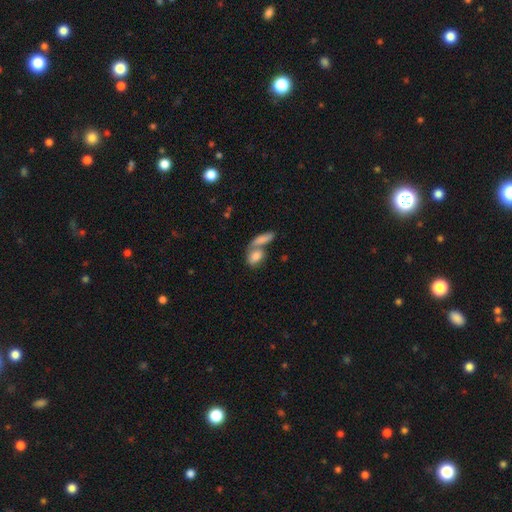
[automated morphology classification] Smooth or featured: smooth — 80% (featured or disk — 13%)
How rounded: in between — 79% (round — 12%)
Merging: merger — 54% (none — 32%)